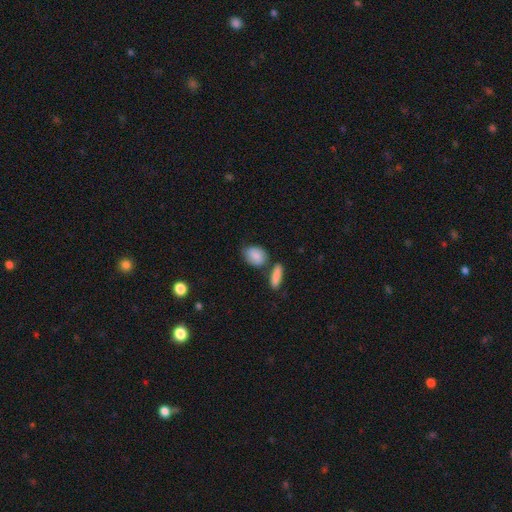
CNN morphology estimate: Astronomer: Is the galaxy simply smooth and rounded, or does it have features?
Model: smooth — 84%.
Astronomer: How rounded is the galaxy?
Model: in between — 75%.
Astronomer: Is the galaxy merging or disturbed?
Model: none — 57%.